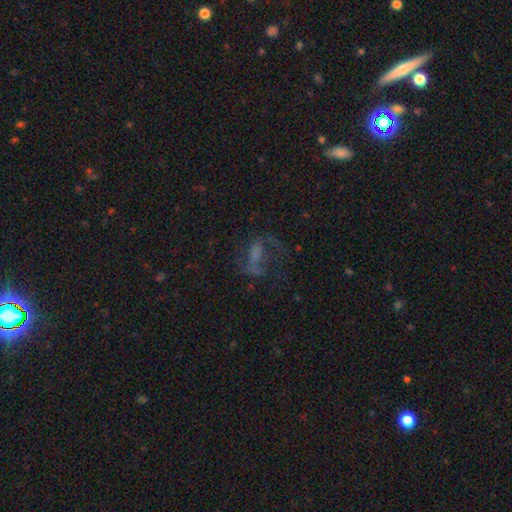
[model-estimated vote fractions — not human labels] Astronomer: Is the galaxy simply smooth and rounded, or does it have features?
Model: featured or disk — 52%.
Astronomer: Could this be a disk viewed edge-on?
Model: no — 93%.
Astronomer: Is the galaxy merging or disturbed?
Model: none — 46% (runner-up: major disturbance, 35%).